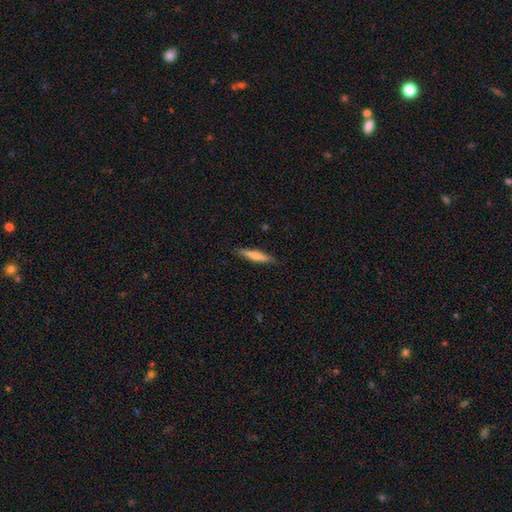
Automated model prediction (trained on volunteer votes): This is likely a smooth galaxy (66%). How rounded: clearly cigar-shaped (88%). Merging: clearly none (87%).